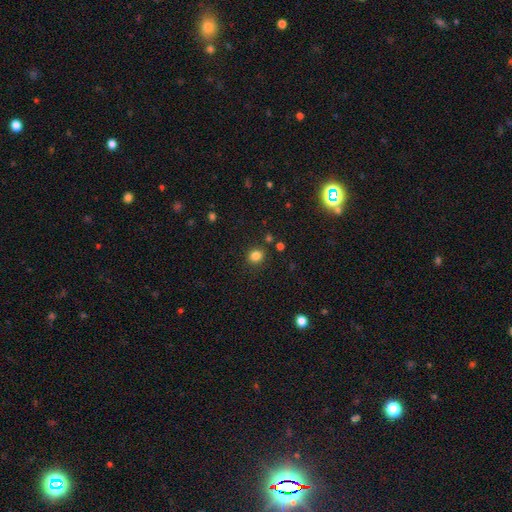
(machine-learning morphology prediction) smooth_or_featured: smooth (p=0.83) [alt: star or artifact p=0.13]
how_rounded: round (p=0.77) [alt: in between p=0.22]
merging: none (p=0.86) [alt: minor disturbance p=0.08]